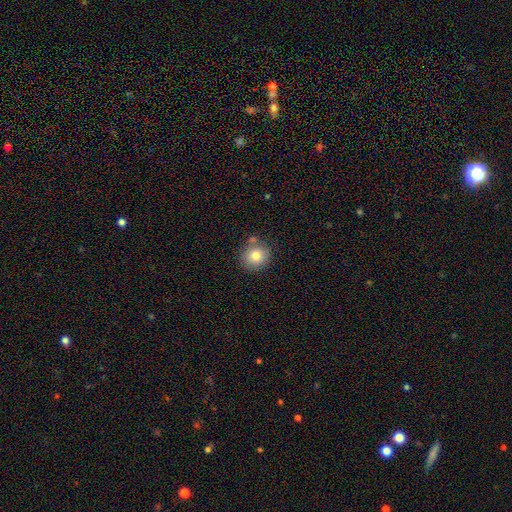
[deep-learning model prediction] Smooth or featured? smooth (80%)
How rounded? round (87%)
Merging? none (74%)